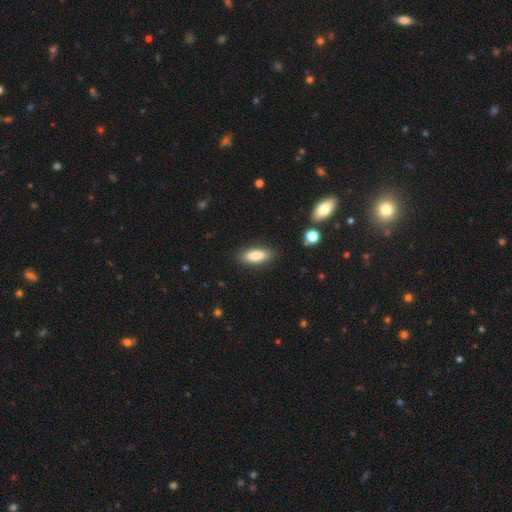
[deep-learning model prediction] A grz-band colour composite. It shows a smooth galaxy with no disk features (83%) that is in between round and cigar-shaped (67%). Merging: none (87%).